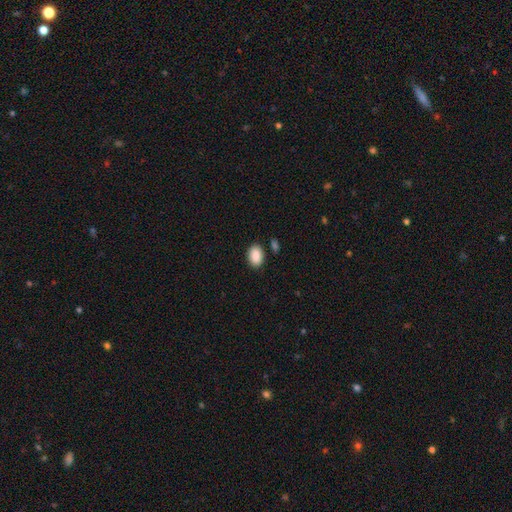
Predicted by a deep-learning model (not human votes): Overall: smooth (89%). How rounded: in between (84%). Merging: none (85%).